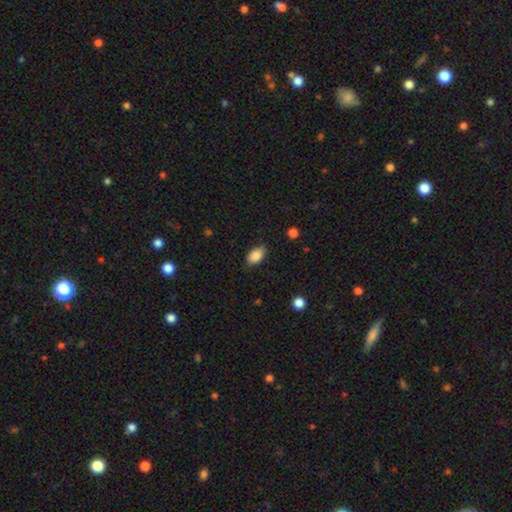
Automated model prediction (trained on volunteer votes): This is clearly a smooth galaxy (87%). How rounded: clearly in between (90%). Merging: likely none (79%).